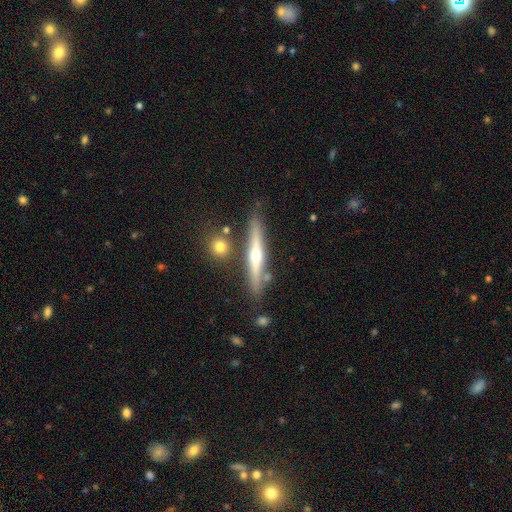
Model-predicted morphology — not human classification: Smooth or featured: featured or disk — 68% (smooth — 26%)
Edge-on disk: yes — 94% (no — 6%)
Edge-on bulge: rounded — 86% (none — 11%)
Merging: none — 81% (minor disturbance — 11%)